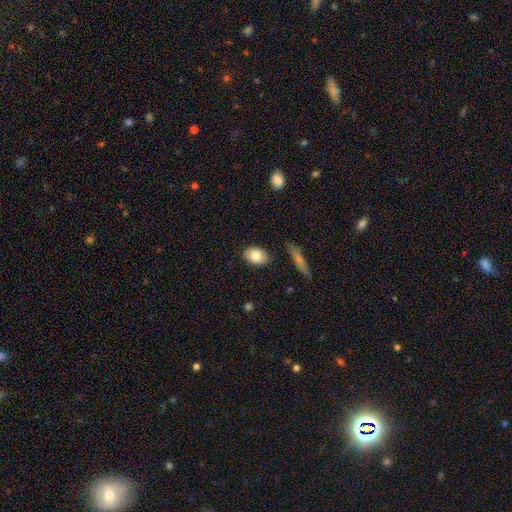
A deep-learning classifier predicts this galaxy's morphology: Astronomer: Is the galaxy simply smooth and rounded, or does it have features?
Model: smooth — 82%.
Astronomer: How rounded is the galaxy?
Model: in between — 74%.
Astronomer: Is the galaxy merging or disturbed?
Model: none — 88%.